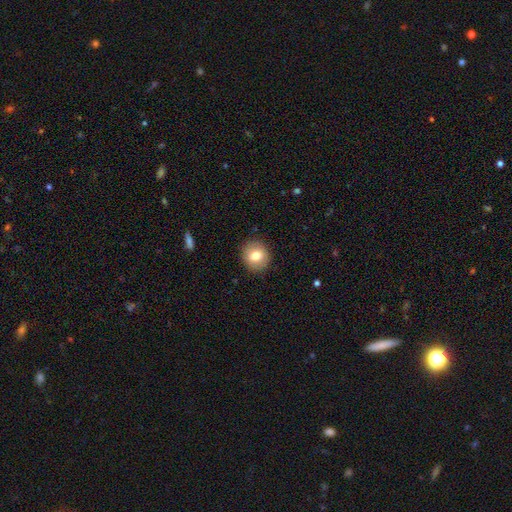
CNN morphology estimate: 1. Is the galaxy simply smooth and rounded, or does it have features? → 78% smooth, 13% featured or disk, 8% star or artifact.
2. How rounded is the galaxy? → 87% round, 12% in between, 1% cigar-shaped.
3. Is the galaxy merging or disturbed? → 90% none, 7% minor disturbance, 2% major disturbance, 1% merger.